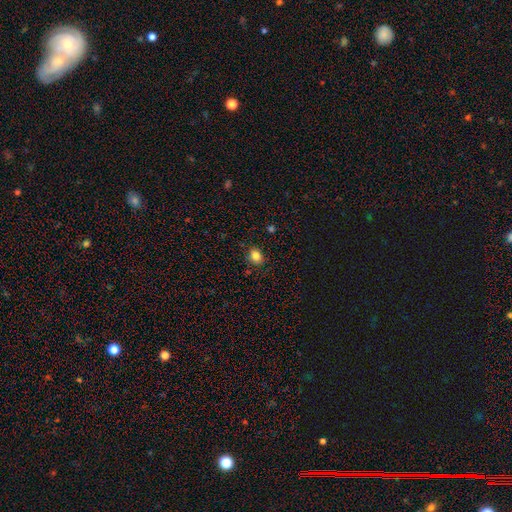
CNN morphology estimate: Smooth or featured?
  - smooth: 83% *
  - star or artifact: 11%
  - featured or disk: 5%
How rounded?
  - round: 57% *
  - in between: 42%
  - cigar-shaped: 1%
Merging?
  - none: 87% *
  - minor disturbance: 9%
  - major disturbance: 2%
  - merger: 2%